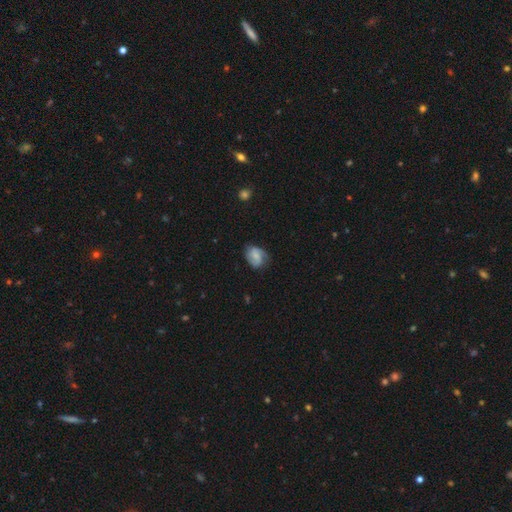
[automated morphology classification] Overall: smooth (48%; featured or disk 44%). Merging: none (62%; minor disturbance 27%).